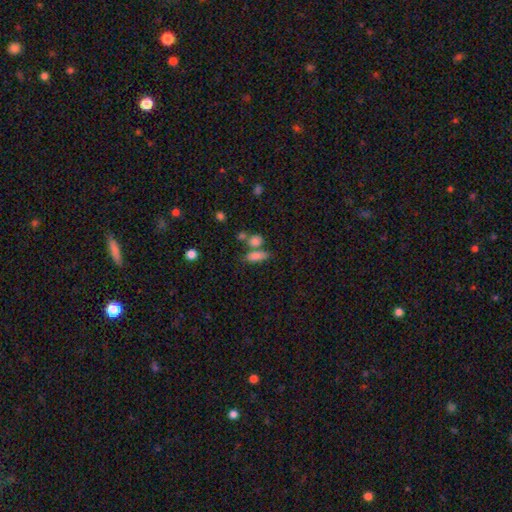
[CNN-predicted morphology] A smooth galaxy with no disk features (79%) that is in between round and cigar-shaped (64%).

Vote fractions:
- Smooth or featured? smooth: 79% / featured or disk: 11% / star or artifact: 10%
- How rounded? in between: 64% / cigar-shaped: 27% / round: 9%
- Merging? none: 56% / merger: 26% / minor disturbance: 13% / major disturbance: 6%